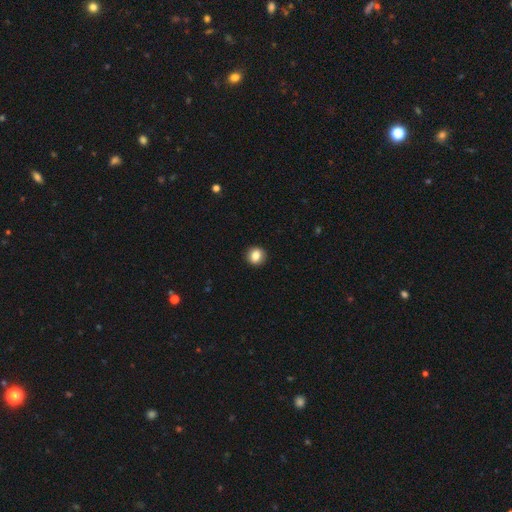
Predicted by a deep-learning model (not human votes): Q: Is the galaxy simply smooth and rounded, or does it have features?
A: smooth — 84%.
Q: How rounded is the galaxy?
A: round — 85%.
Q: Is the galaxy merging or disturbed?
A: none — 92%.